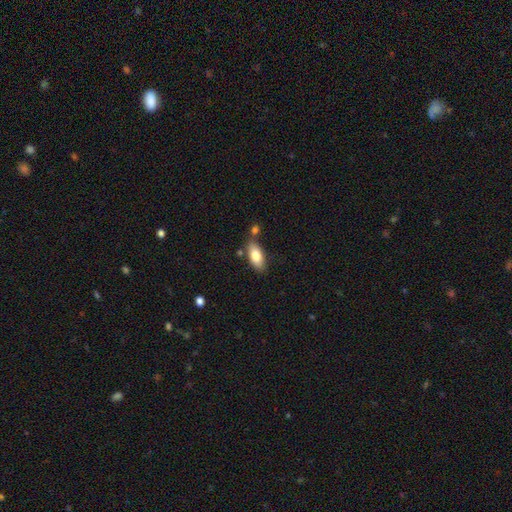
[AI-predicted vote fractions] A smooth galaxy with no disk features (79%) that is in between round and cigar-shaped (86%).

Vote fractions:
- Smooth or featured? smooth: 79% / featured or disk: 15% / star or artifact: 6%
- How rounded? in between: 86% / cigar-shaped: 11% / round: 3%
- Merging? none: 71% / minor disturbance: 15% / merger: 11% / major disturbance: 3%